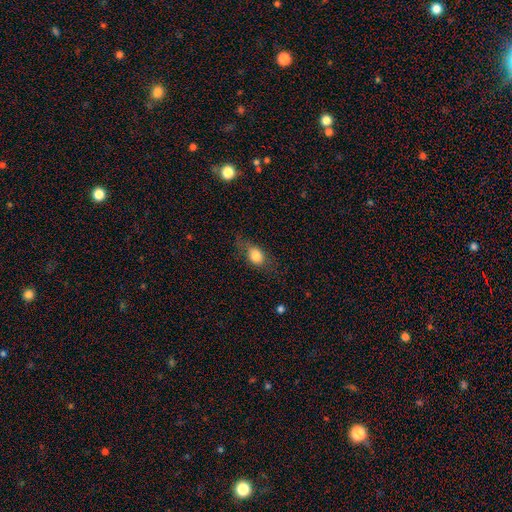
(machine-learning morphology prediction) type=smooth (74%); roundness=in between (65%); merging=none (57%).